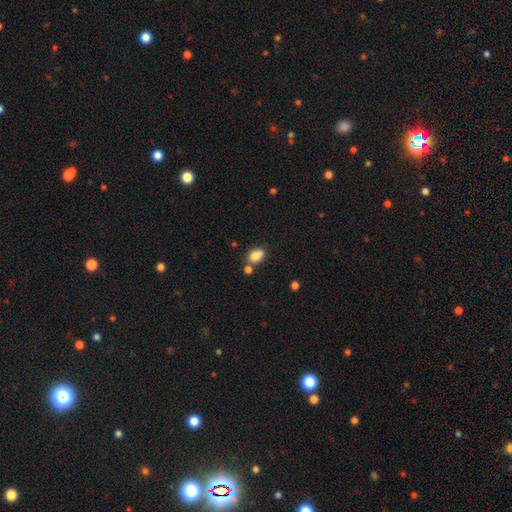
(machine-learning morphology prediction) A smooth galaxy with no disk features (82%) that is in between round and cigar-shaped (74%).

Vote fractions:
- Smooth or featured? smooth: 82% / star or artifact: 10% / featured or disk: 9%
- How rounded? in between: 74% / round: 25% / cigar-shaped: 2%
- Merging? none: 53% / merger: 27% / minor disturbance: 15% / major disturbance: 5%